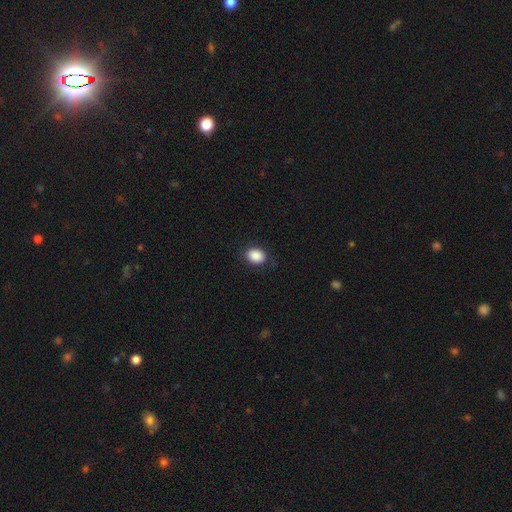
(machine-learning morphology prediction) smooth_or_featured: smooth (p=0.89) [alt: star or artifact p=0.08]
how_rounded: in between (p=0.65) [alt: round p=0.34]
merging: none (p=0.84) [alt: minor disturbance p=0.12]